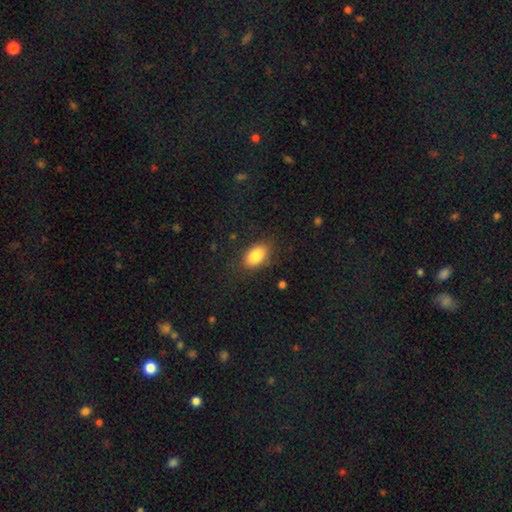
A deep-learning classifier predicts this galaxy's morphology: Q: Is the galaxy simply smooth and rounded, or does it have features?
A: smooth — 85%.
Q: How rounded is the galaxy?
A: in between — 91%.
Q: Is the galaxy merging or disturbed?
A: none — 81%.